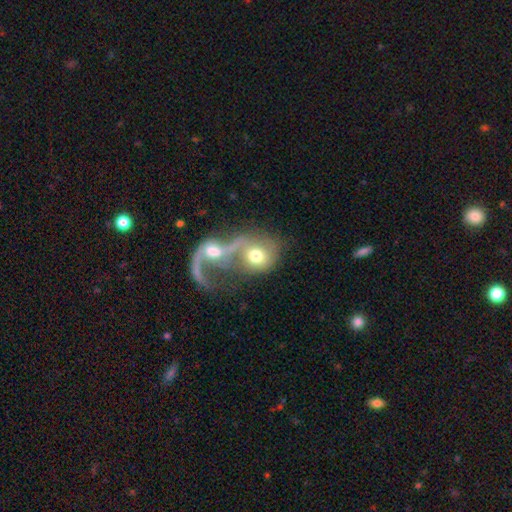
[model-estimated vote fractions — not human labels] Morphology: type=smooth (50%); roundness=round (64%); merging=merger (72%).